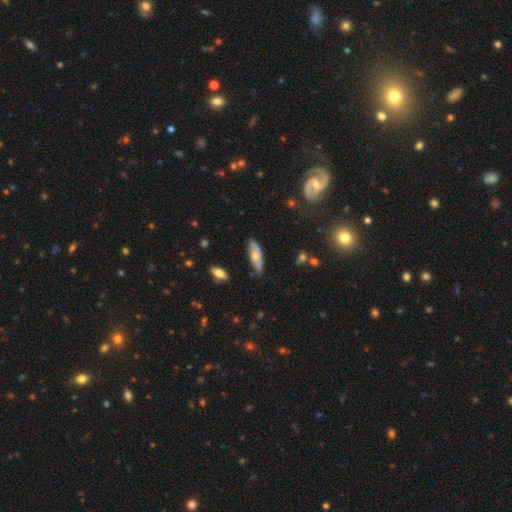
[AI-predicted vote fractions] smooth-or-featured: smooth: 58% | featured or disk: 35% | star or artifact: 7%
  how-rounded: in between: 64% | cigar-shaped: 33% | round: 2%
  merging: none: 73% | minor disturbance: 21% | major disturbance: 4% | merger: 2%